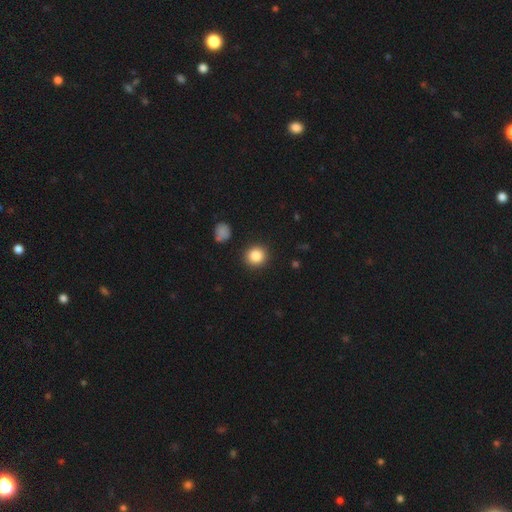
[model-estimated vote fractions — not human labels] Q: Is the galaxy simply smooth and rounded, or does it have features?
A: smooth — 86%.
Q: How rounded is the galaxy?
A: round — 90%.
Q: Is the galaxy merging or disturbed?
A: none — 91%.